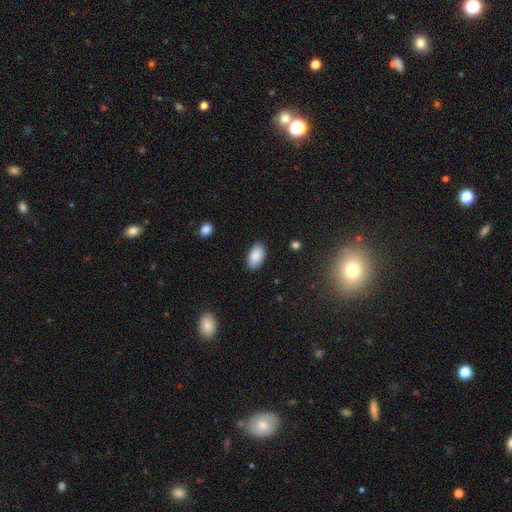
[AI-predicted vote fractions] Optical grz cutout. It shows a smooth galaxy with no disk features (89%) that is in between round and cigar-shaped (95%). Merging: none (87%).